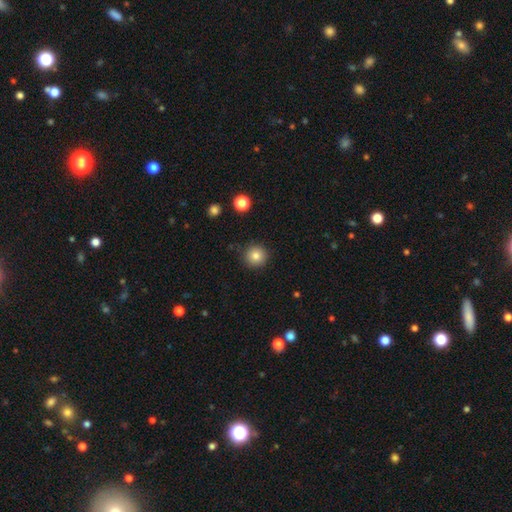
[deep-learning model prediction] Smooth or featured: smooth — 82% (star or artifact — 11%)
How rounded: round — 94% (in between — 5%)
Merging: none — 90% (minor disturbance — 7%)